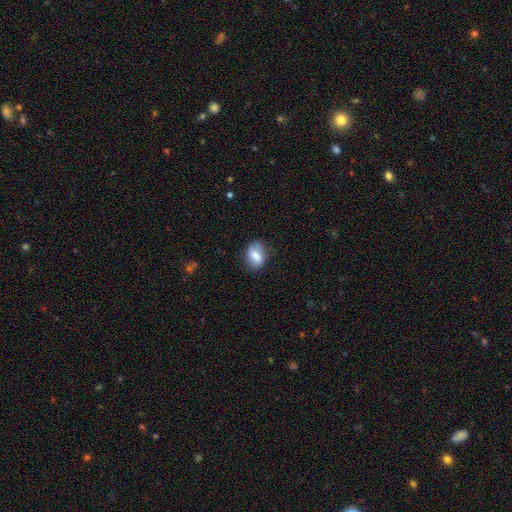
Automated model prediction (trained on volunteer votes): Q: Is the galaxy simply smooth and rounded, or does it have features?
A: smooth — 76%.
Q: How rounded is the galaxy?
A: in between — 76%.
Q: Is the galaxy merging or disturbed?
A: none — 74%.